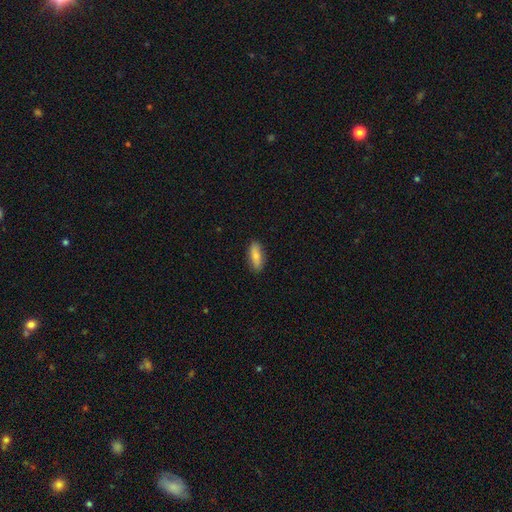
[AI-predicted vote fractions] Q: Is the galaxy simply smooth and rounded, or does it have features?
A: smooth — 78%.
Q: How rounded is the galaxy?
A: in between — 74%.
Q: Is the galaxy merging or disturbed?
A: none — 86%.